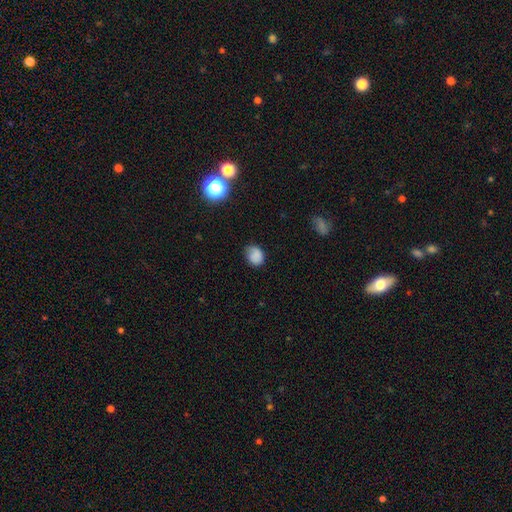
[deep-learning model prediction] Smooth or featured? Predicted: smooth (p=0.82). How rounded? Predicted: round (p=0.53). Merging? Predicted: none (p=0.65).